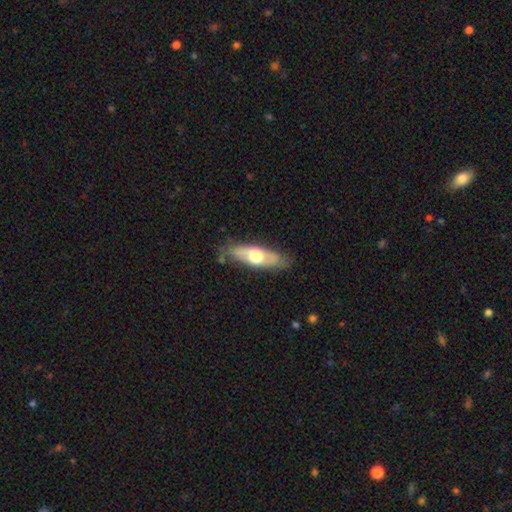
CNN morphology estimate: Smooth or featured? Predicted: smooth (p=0.53). How rounded? Predicted: cigar-shaped (p=0.50). Merging? Predicted: none (p=0.78).